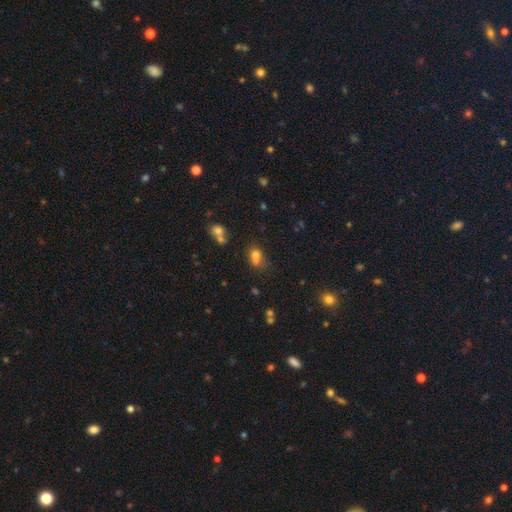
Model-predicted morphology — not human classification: Q: Smooth or featured?
A: smooth (71%); runner-up: star or artifact (17%)
Q: How rounded?
A: in between (54%); runner-up: round (44%)
Q: Merging?
A: merger (47%); runner-up: none (32%)